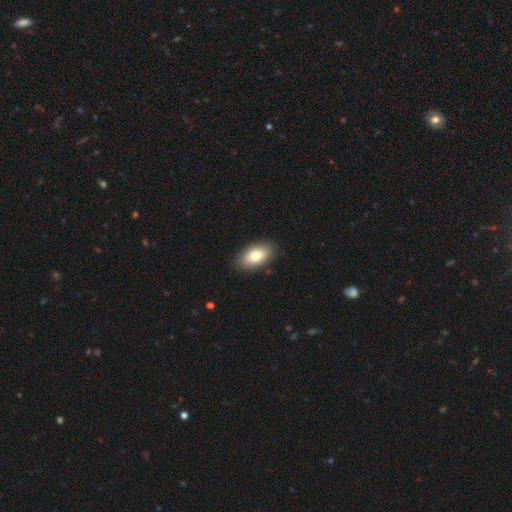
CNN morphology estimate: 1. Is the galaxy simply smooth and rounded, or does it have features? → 78% smooth, 15% featured or disk, 7% star or artifact.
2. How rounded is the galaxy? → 93% in between, 5% round, 2% cigar-shaped.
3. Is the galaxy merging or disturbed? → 89% none, 8% minor disturbance, 2% major disturbance, 1% merger.